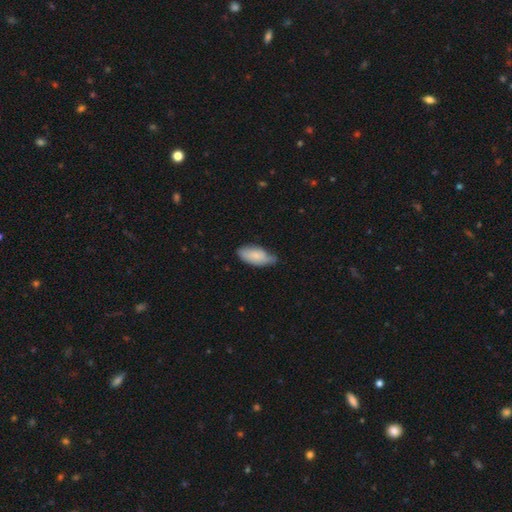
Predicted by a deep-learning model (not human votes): Overall: smooth (75%). How rounded: in between (89%). Merging: none (52%; minor disturbance 39%).